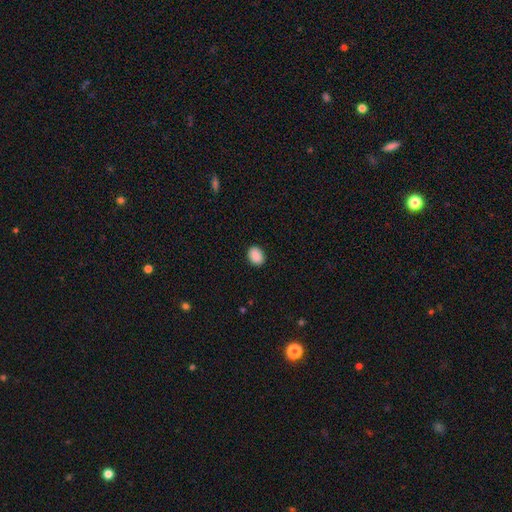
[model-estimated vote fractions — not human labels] A smooth galaxy with no disk features (90%) that is in between round and cigar-shaped (69%). Merging: none (90%).